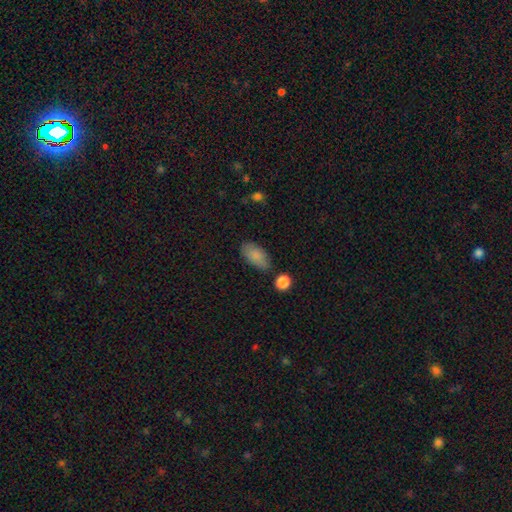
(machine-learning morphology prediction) This is clearly a smooth galaxy (85%). How rounded: clearly in between (93%). Merging: likely none (72%).